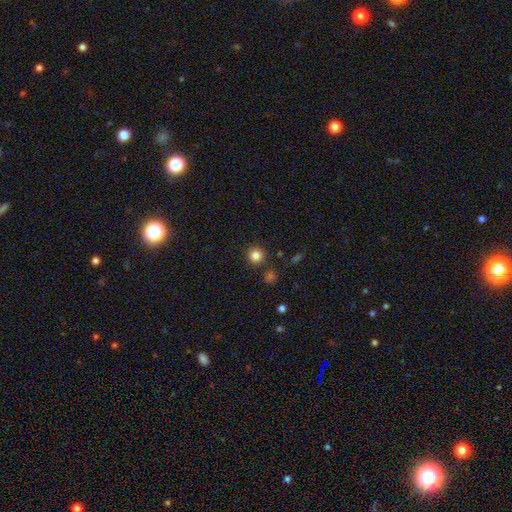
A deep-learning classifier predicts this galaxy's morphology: smooth 83%, star or artifact 12%, featured or disk 5%. Down the decision tree: how rounded — round (94%); merging — none (88%).